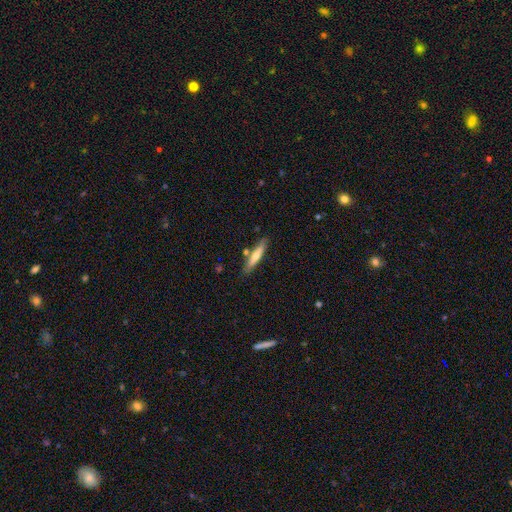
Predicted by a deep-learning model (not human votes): Smooth or featured? smooth (55%)
How rounded? cigar-shaped (88%)
Merging? none (81%)